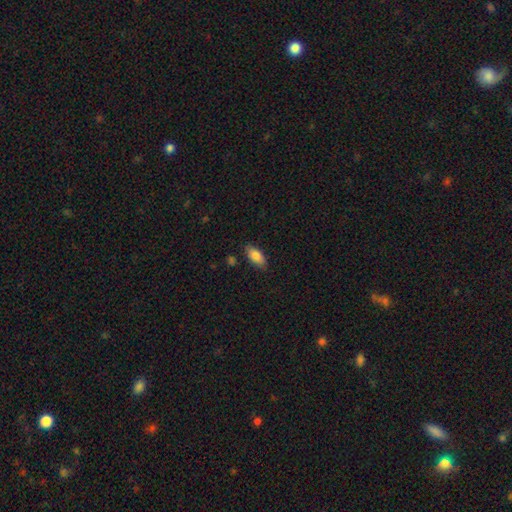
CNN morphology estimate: Smooth or featured?
  - smooth: 83% *
  - featured or disk: 10%
  - star or artifact: 7%
How rounded?
  - in between: 87% *
  - cigar-shaped: 11%
  - round: 3%
Merging?
  - none: 82% *
  - minor disturbance: 13%
  - major disturbance: 3%
  - merger: 2%